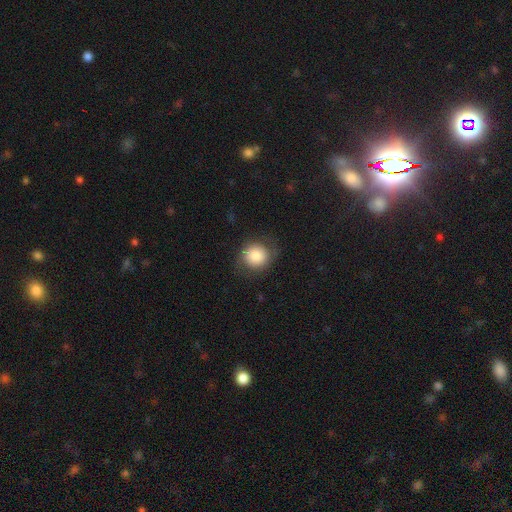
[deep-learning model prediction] A smooth galaxy with no disk features (74%) that is round (85%).

Vote fractions:
- Smooth or featured? smooth: 74% / featured or disk: 18% / star or artifact: 8%
- How rounded? round: 85% / in between: 14% / cigar-shaped: 1%
- Merging? none: 72% / minor disturbance: 18% / major disturbance: 8% / merger: 1%